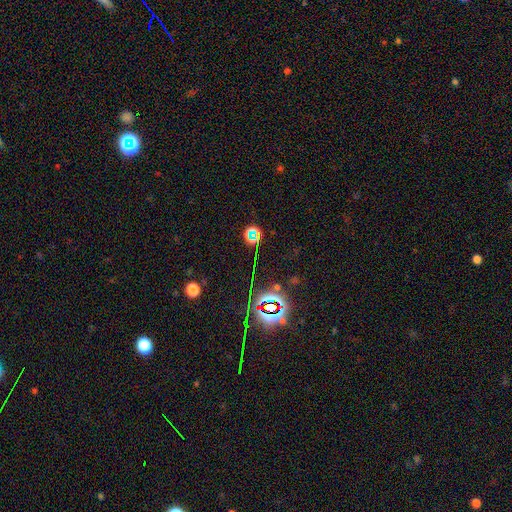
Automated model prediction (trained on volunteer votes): smooth_or_featured: star or artifact (p=0.81) [alt: smooth p=0.11]